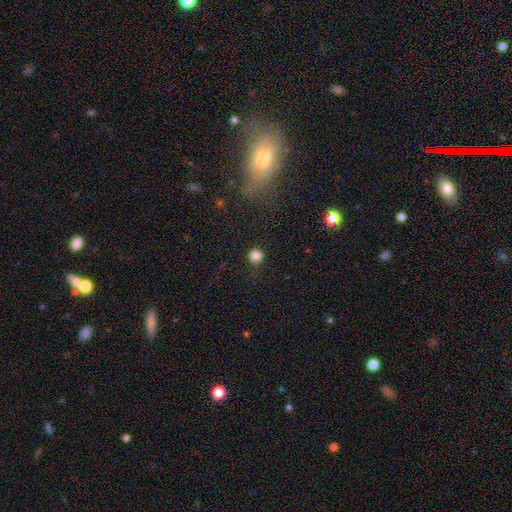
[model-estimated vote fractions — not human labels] The model was most divided on "smooth or featured": smooth: 84%, star or artifact: 12%, featured or disk: 4%. More confident: how rounded — round (92%); merging — none (86%).